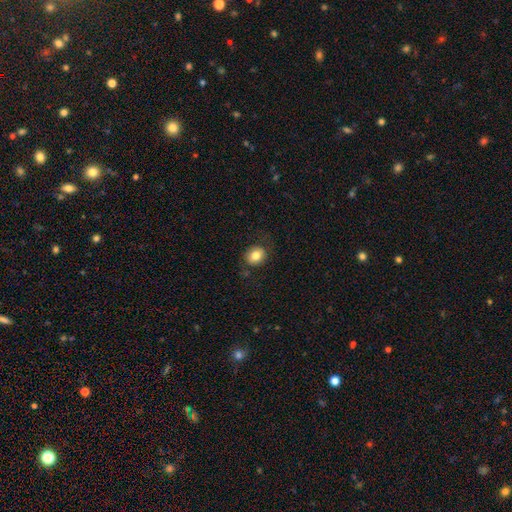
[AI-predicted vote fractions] A smooth galaxy with no disk features (80%) that is round (58%). Merging: none (80%).